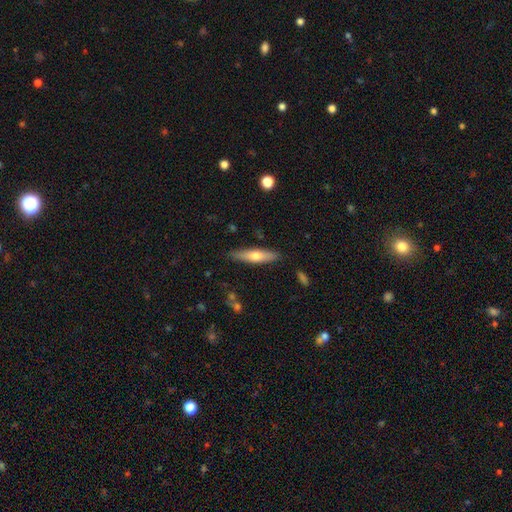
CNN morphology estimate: Smooth or featured: smooth — 58% (featured or disk — 36%)
How rounded: cigar-shaped — 78% (in between — 20%)
Merging: none — 85% (minor disturbance — 11%)